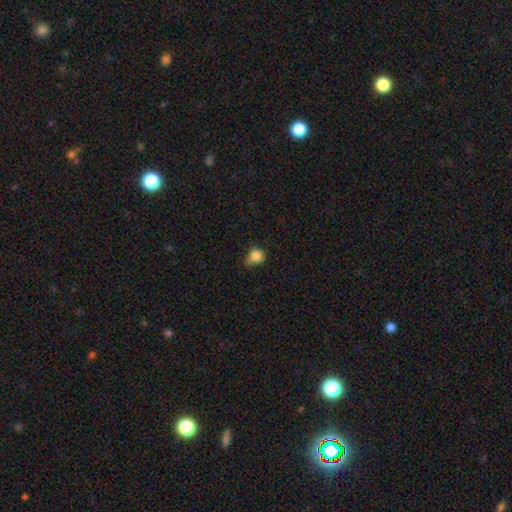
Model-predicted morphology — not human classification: Overall: smooth (85%). How rounded: round (84%). Merging: none (56%; minor disturbance 34%).